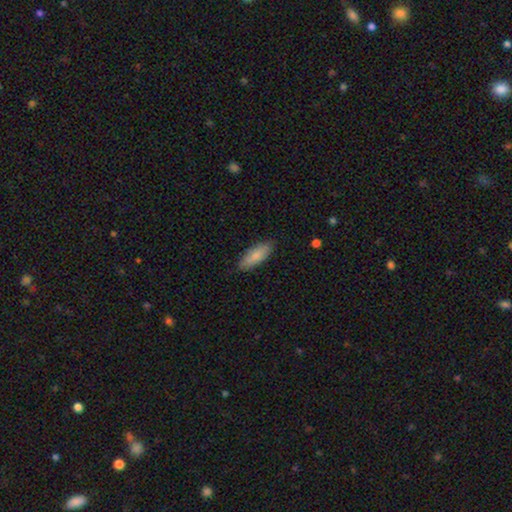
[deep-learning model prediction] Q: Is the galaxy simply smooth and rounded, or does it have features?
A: smooth — 82%.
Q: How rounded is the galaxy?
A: in between — 68%.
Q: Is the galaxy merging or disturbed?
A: none — 85%.